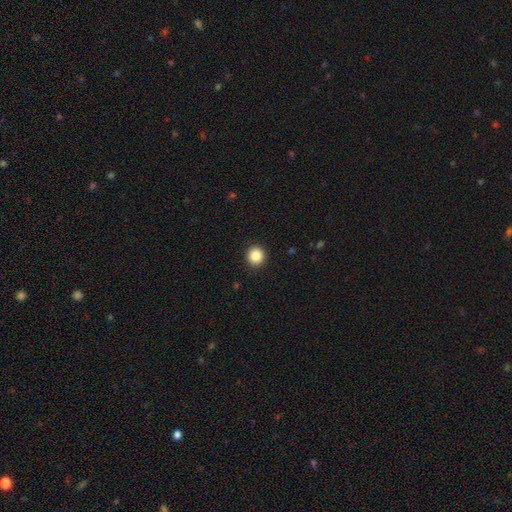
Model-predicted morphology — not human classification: Smooth or featured? Predicted: smooth (p=0.87). How rounded? Predicted: round (p=0.92). Merging? Predicted: none (p=0.92).